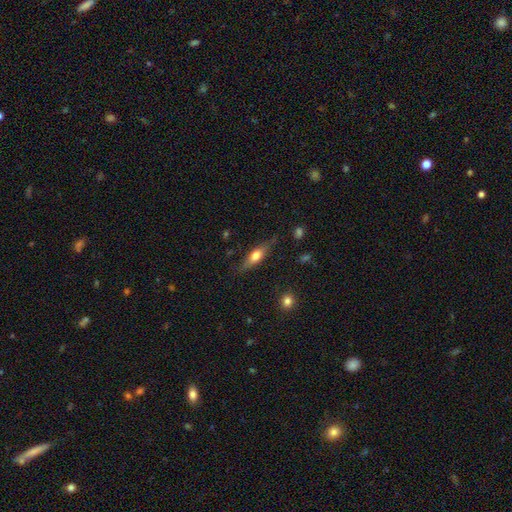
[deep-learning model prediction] Smooth or featured? Predicted: smooth (p=0.53). How rounded? Predicted: cigar-shaped (p=0.51). Merging? Predicted: none (p=0.75).